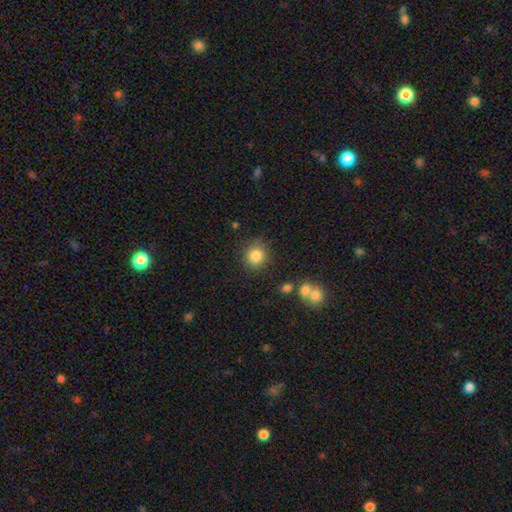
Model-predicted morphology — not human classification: Overall: smooth (84%). How rounded: round (87%). Merging: none (84%).